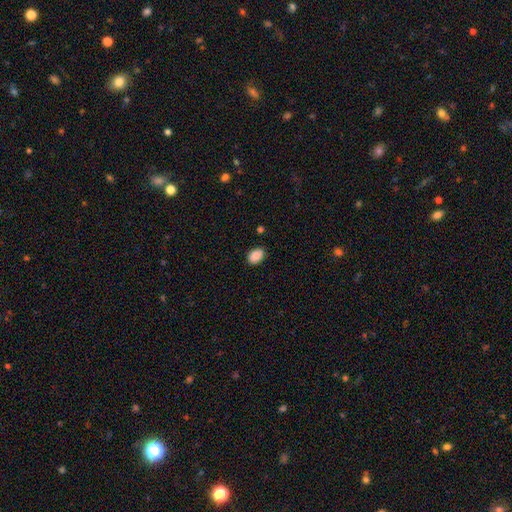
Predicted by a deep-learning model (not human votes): The model was most divided on "how rounded": in between: 79%, round: 20%, cigar-shaped: 1%. More confident: smooth or featured — smooth (88%); merging — none (84%).